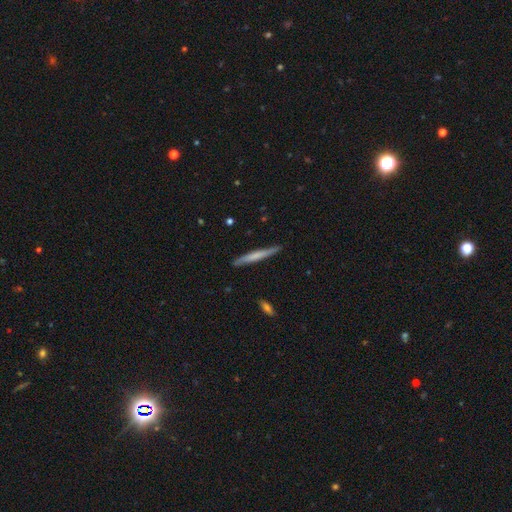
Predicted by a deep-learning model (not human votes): Smooth or featured?
  - smooth: 53% *
  - featured or disk: 42%
  - star or artifact: 5%
How rounded?
  - cigar-shaped: 96% *
  - in between: 2%
  - round: 1%
Merging?
  - none: 89% *
  - minor disturbance: 9%
  - major disturbance: 1%
  - merger: 1%